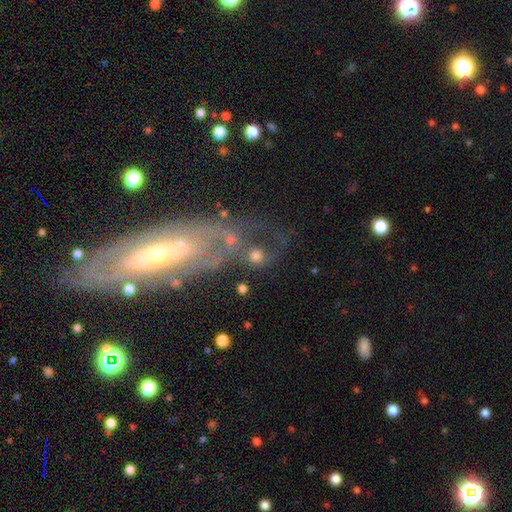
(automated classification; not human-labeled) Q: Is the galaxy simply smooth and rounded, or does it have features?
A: smooth — 48%.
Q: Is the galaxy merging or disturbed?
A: none — 43%.